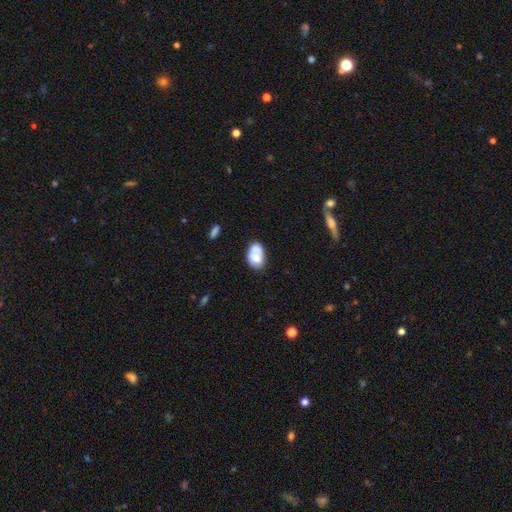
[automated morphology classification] smooth_or_featured: smooth (p=0.68) [alt: featured or disk p=0.24]
how_rounded: in between (p=0.85) [alt: round p=0.14]
merging: none (p=0.40) [alt: merger p=0.28]